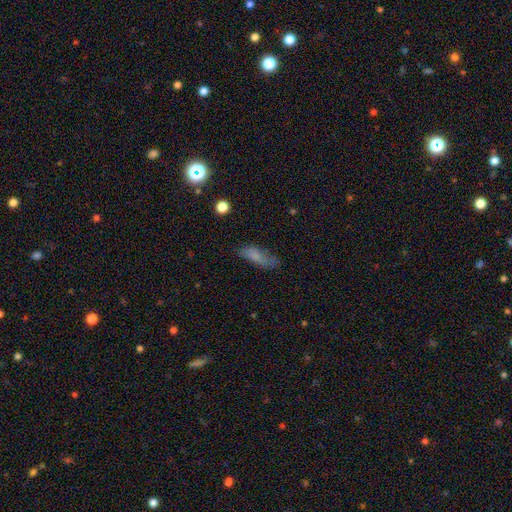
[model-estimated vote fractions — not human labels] Smooth or featured? smooth (70%)
How rounded? in between (59%)
Merging? none (58%)